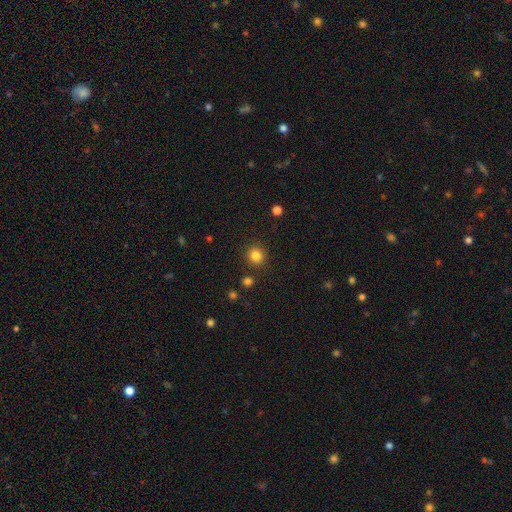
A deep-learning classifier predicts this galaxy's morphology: Q: Smooth or featured?
A: smooth (83%); runner-up: star or artifact (12%)
Q: How rounded?
A: round (91%); runner-up: in between (8%)
Q: Merging?
A: none (89%); runner-up: minor disturbance (6%)